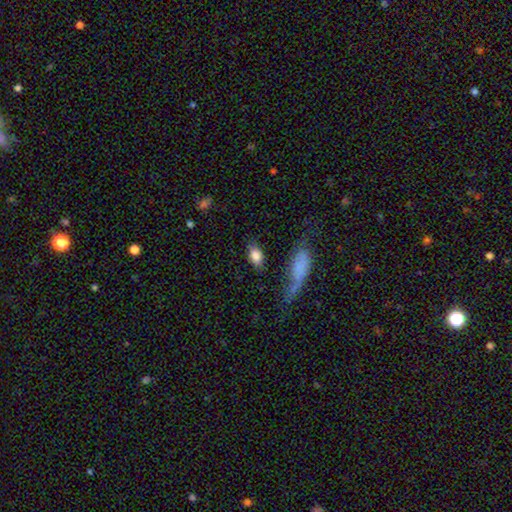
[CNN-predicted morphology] Smooth or featured: smooth — 82% (featured or disk — 11%)
How rounded: in between — 90% (round — 6%)
Merging: none — 76% (minor disturbance — 14%)